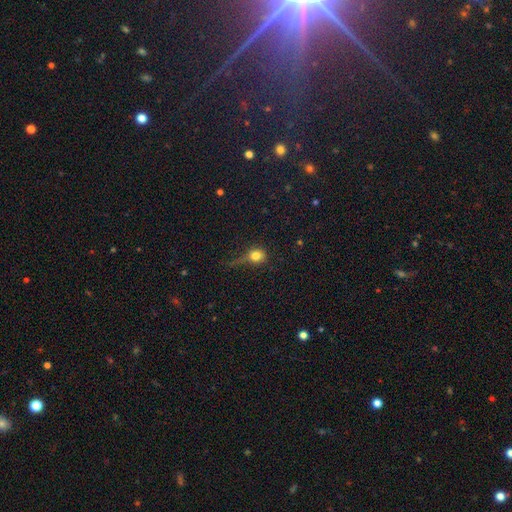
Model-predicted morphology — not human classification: A smooth galaxy with no disk features (76%) that is round (71%).

Vote fractions:
- Smooth or featured? smooth: 76% / star or artifact: 13% / featured or disk: 11%
- How rounded? round: 71% / in between: 26% / cigar-shaped: 3%
- Merging? none: 41% / minor disturbance: 28% / major disturbance: 27% / merger: 4%